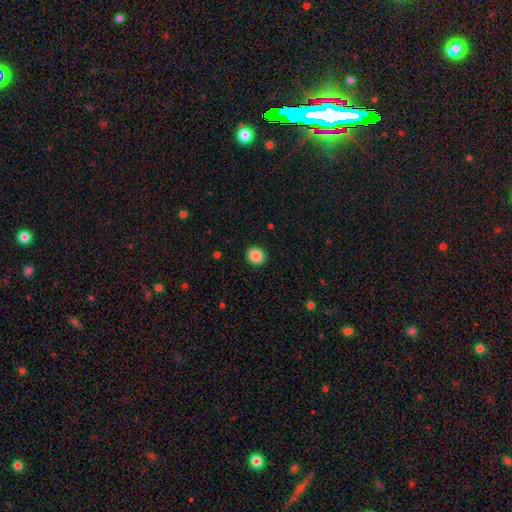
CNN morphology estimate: Smooth or featured?
  - smooth: 89% *
  - star or artifact: 9%
  - featured or disk: 3%
How rounded?
  - round: 78% *
  - in between: 21%
  - cigar-shaped: 1%
Merging?
  - none: 91% *
  - minor disturbance: 6%
  - major disturbance: 2%
  - merger: 1%